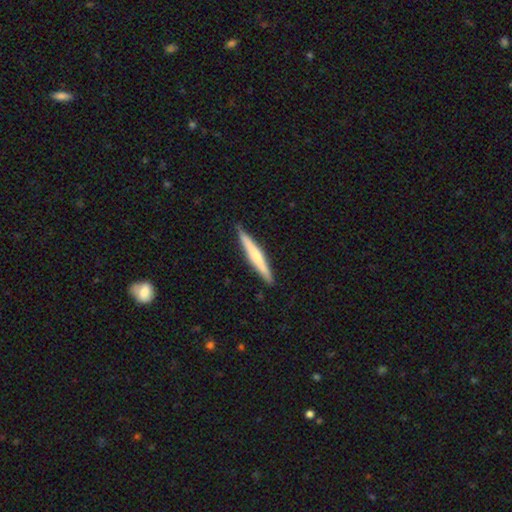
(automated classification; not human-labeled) Smooth or featured? Predicted: featured or disk (p=0.48). Merging? Predicted: none (p=0.90).